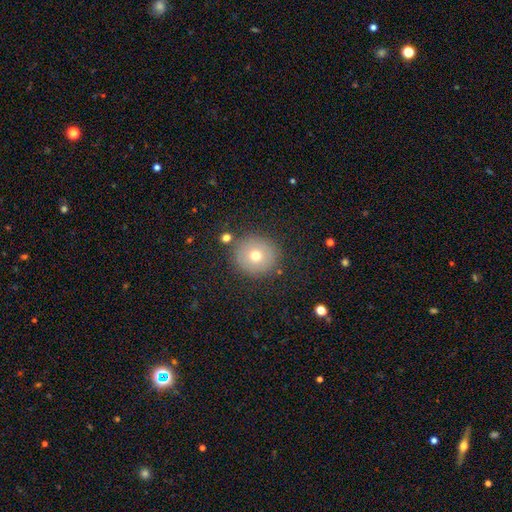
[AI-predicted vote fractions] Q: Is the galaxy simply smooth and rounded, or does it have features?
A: smooth — 69%.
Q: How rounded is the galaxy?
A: round — 93%.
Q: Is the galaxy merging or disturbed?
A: none — 85%.